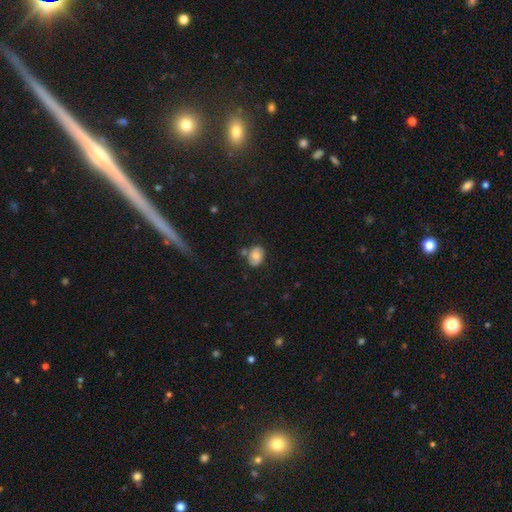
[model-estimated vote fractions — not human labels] The model was most divided on "how rounded": in between: 76%, round: 23%, cigar-shaped: 1%. More confident: smooth or featured — smooth (73%); merging — none (70%).